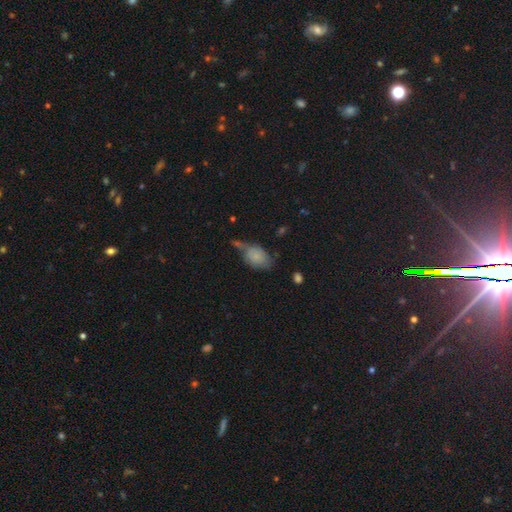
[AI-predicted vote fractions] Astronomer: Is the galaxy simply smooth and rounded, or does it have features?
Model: smooth — 77%.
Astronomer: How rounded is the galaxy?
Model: in between — 83%.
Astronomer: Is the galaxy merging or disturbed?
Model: none — 38% (runner-up: minor disturbance, 29%).